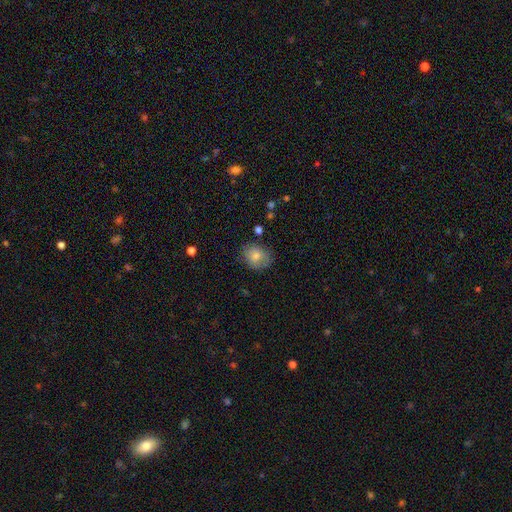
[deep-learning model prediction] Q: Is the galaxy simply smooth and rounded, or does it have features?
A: smooth — 74%.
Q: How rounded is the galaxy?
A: round — 54%.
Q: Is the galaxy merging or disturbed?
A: none — 76%.